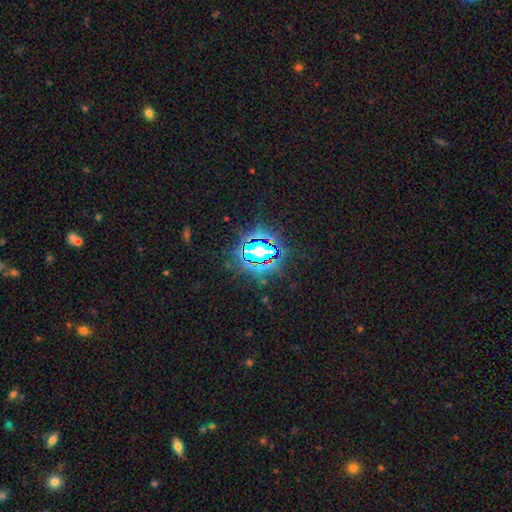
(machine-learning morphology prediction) Q: Smooth or featured?
A: star or artifact (79%); runner-up: smooth (12%)